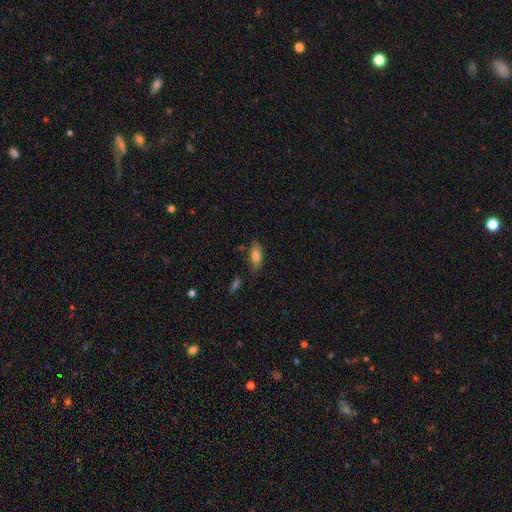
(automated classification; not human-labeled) A smooth galaxy with no disk features (78%) that is in between round and cigar-shaped (80%).

Vote fractions:
- Smooth or featured? smooth: 78% / featured or disk: 14% / star or artifact: 8%
- How rounded? in between: 80% / cigar-shaped: 17% / round: 3%
- Merging? none: 66% / minor disturbance: 22% / major disturbance: 6% / merger: 5%